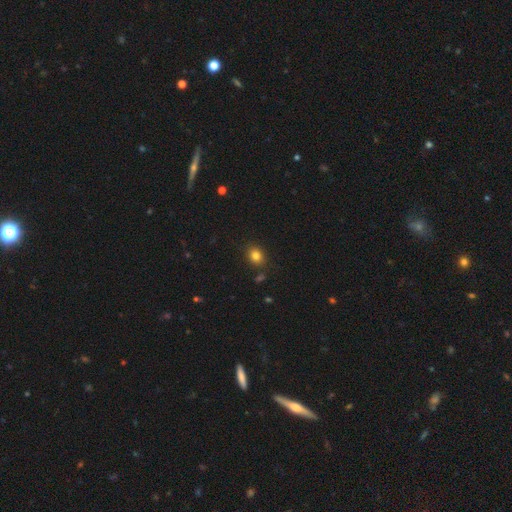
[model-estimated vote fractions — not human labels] smooth 82%, star or artifact 12%, featured or disk 6%. Down the decision tree: how rounded — round (52%); merging — none (85%).